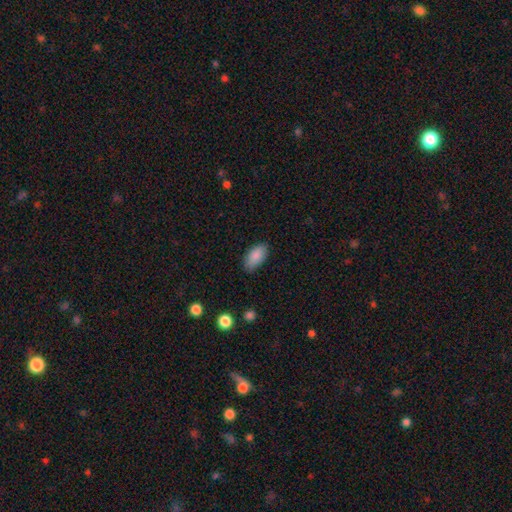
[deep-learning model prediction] Morphology: type=smooth (88%); roundness=in between (93%); merging=none (82%).